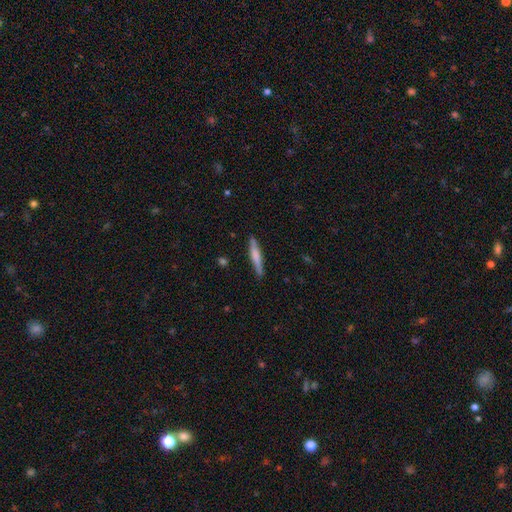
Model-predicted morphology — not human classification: smooth-or-featured: smooth: 55% | featured or disk: 39% | star or artifact: 6%
  how-rounded: cigar-shaped: 92% | in between: 7% | round: 2%
  merging: none: 87% | minor disturbance: 10% | major disturbance: 2% | merger: 1%